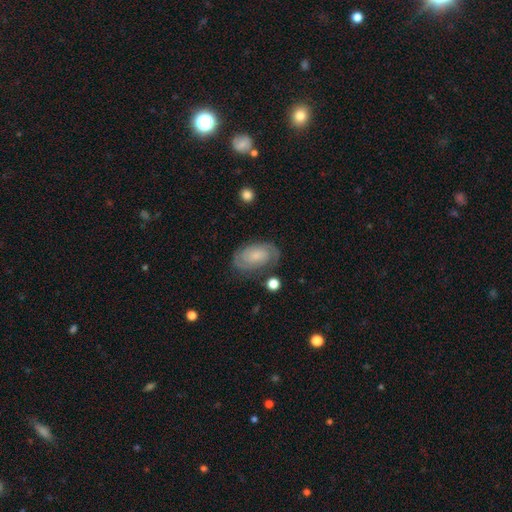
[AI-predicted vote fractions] Smooth or featured? Predicted: featured or disk (p=0.69). Edge-on disk? Predicted: no (p=0.96). Bar? Predicted: no (p=0.65). Spiral arms? Predicted: yes (p=0.93). Spiral winding? Predicted: tight (p=0.61). Spiral arm count? Predicted: 2 (p=0.65). Bulge size? Predicted: small (p=0.58). Merging? Predicted: none (p=0.75).